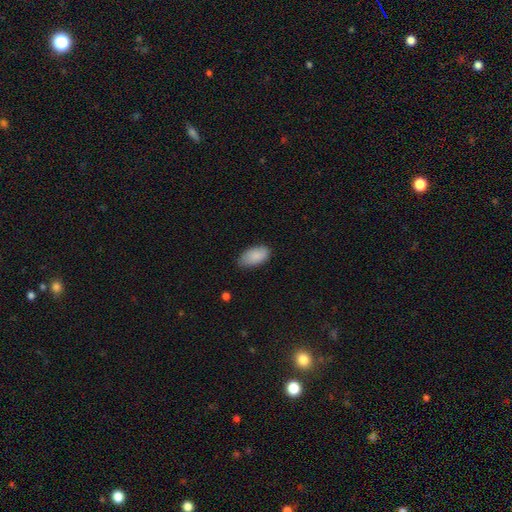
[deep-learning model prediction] This is clearly a smooth galaxy (88%). How rounded: clearly in between (95%). Merging: likely none (75%).